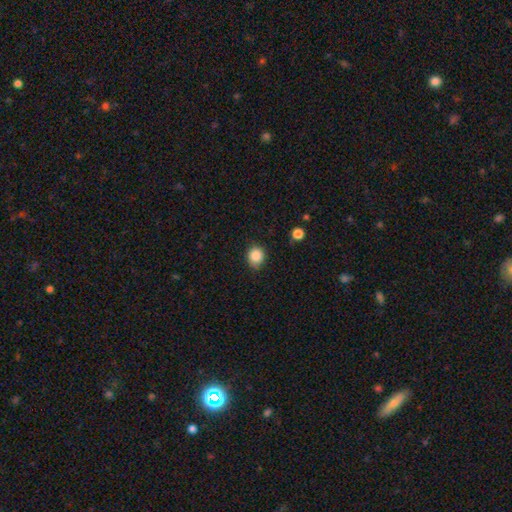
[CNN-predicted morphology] This appears to be a smooth galaxy with no disk features (86%) that is round (76%). Merging: none (79%).